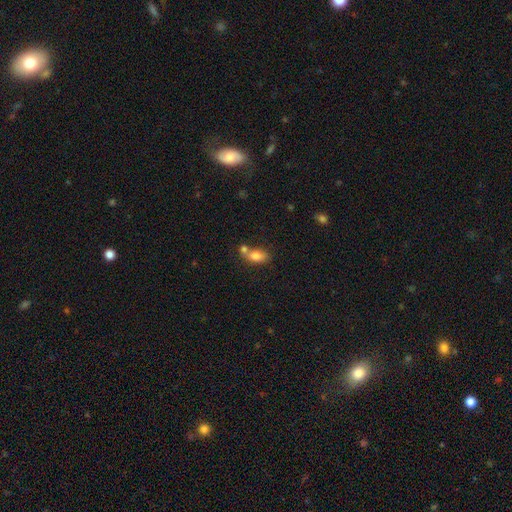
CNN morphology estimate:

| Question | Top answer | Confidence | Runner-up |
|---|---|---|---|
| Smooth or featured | smooth | 80% | featured or disk (11%) |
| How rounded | in between | 85% | round (10%) |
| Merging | none | 42% | merger (40%) |